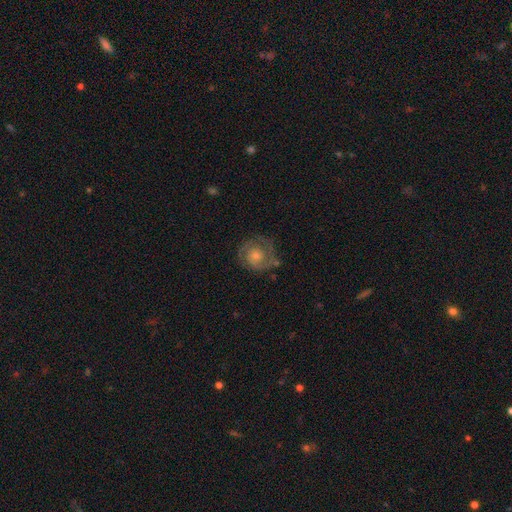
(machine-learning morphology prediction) This appears to be a featured or disk galaxy (78%) with no bar (72%), 2 (70%) tight (57%) spiral arms (93%) and a moderate central bulge (50%). Merging: none (75%).